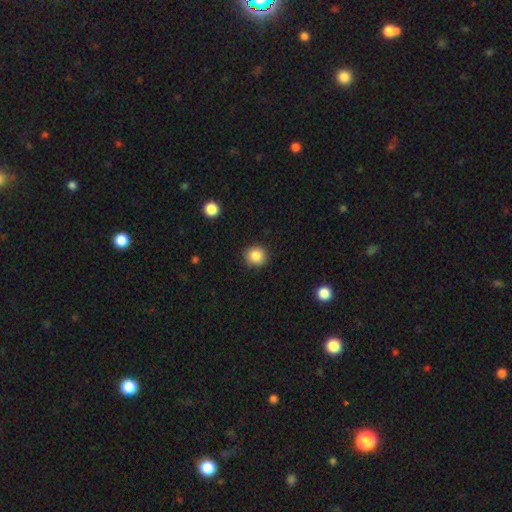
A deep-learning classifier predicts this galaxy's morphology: Q: Smooth or featured?
A: smooth (86%); runner-up: star or artifact (10%)
Q: How rounded?
A: round (92%); runner-up: in between (7%)
Q: Merging?
A: none (91%); runner-up: minor disturbance (6%)